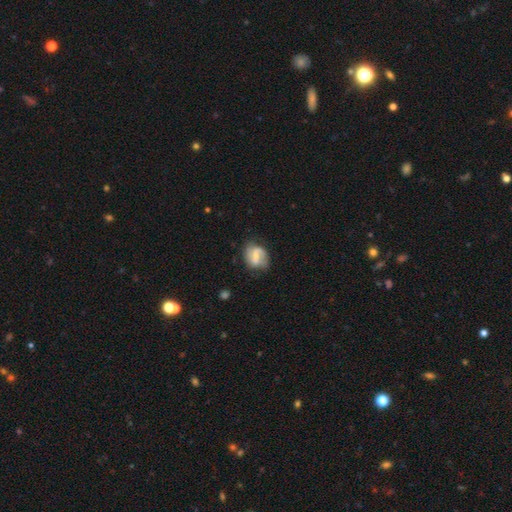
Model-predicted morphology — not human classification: featured or disk 61%, smooth 32%, star or artifact 7%. Down the decision tree: edge-on disk — no (97%); bar — weak (50%); spiral arms — yes (80%); bulge size — small (49%); merging — none (64%).